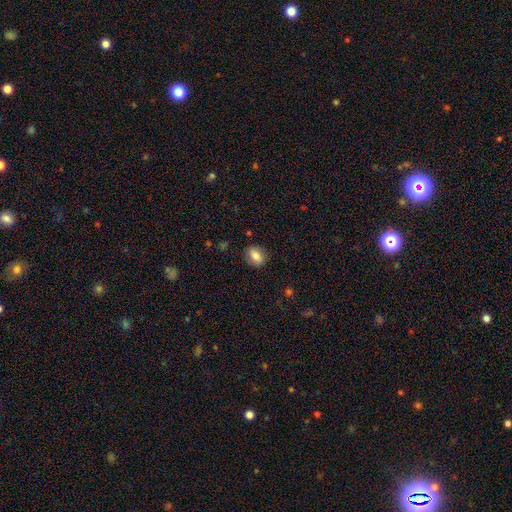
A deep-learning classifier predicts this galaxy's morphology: Smooth or featured? Predicted: smooth (p=0.82). How rounded? Predicted: in between (p=0.62). Merging? Predicted: none (p=0.85).